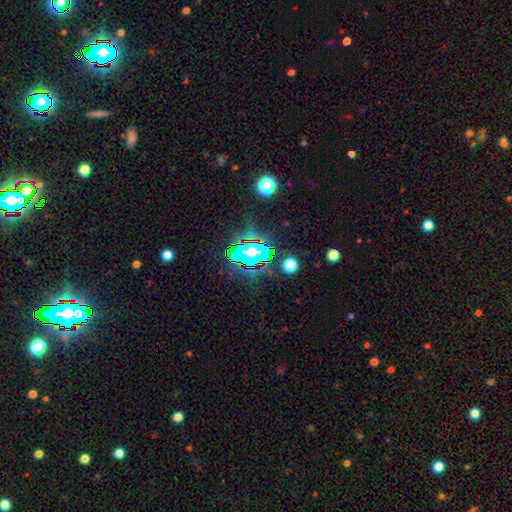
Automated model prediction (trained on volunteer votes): star or artifact 56%, smooth 27%, featured or disk 17%.